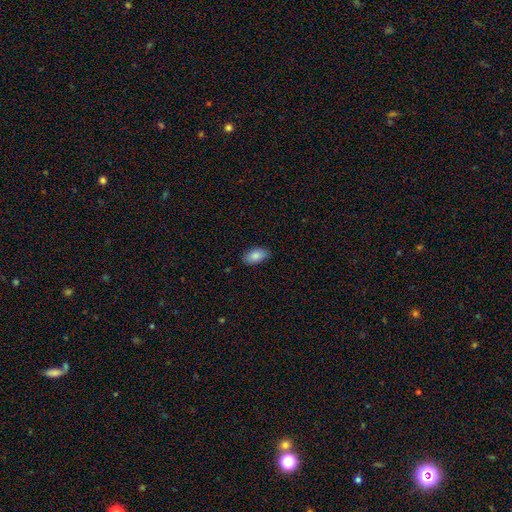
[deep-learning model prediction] This appears to be a smooth galaxy with no disk features (85%) that is in between round and cigar-shaped (93%). Merging: none (85%).